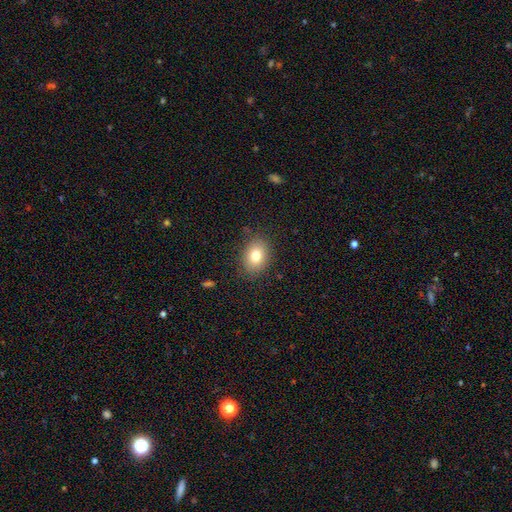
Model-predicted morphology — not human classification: smooth_or_featured: smooth (p=0.79) [alt: featured or disk p=0.11]
how_rounded: in between (p=0.67) [alt: round p=0.32]
merging: none (p=0.84) [alt: minor disturbance p=0.11]